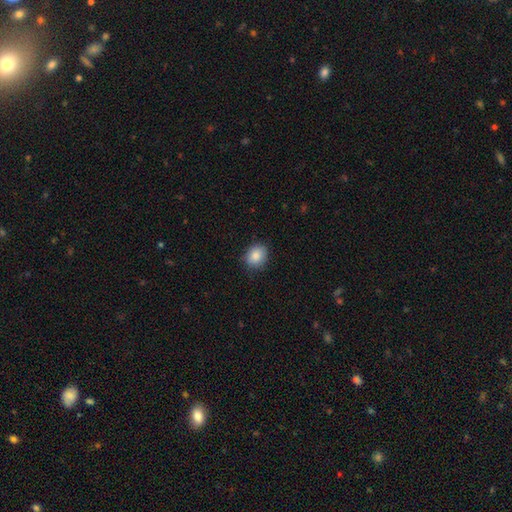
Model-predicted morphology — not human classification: smooth-or-featured: smooth: 86% | star or artifact: 8% | featured or disk: 6%
  how-rounded: round: 56% | in between: 43% | cigar-shaped: 1%
  merging: none: 84% | minor disturbance: 13% | major disturbance: 3% | merger: 1%